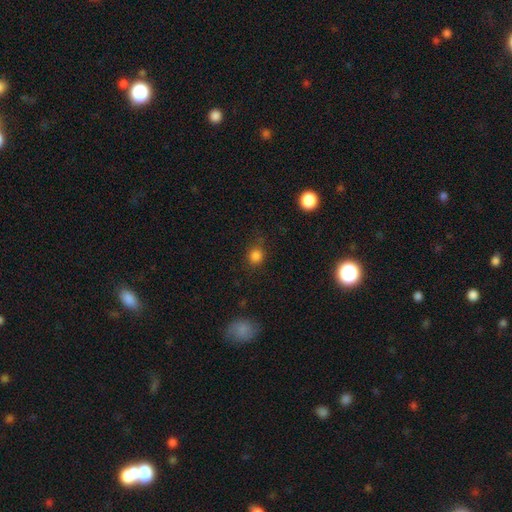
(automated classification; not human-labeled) Q: Smooth or featured?
A: smooth (82%); runner-up: star or artifact (13%)
Q: How rounded?
A: round (79%); runner-up: in between (20%)
Q: Merging?
A: none (78%); runner-up: minor disturbance (15%)